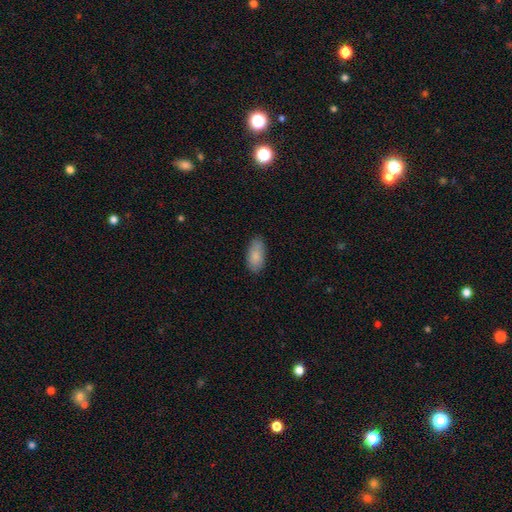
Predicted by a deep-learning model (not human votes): The model was most divided on "merging": none: 84%, minor disturbance: 13%, major disturbance: 2%, merger: 1%. More confident: how rounded — in between (93%); smooth or featured — smooth (86%).